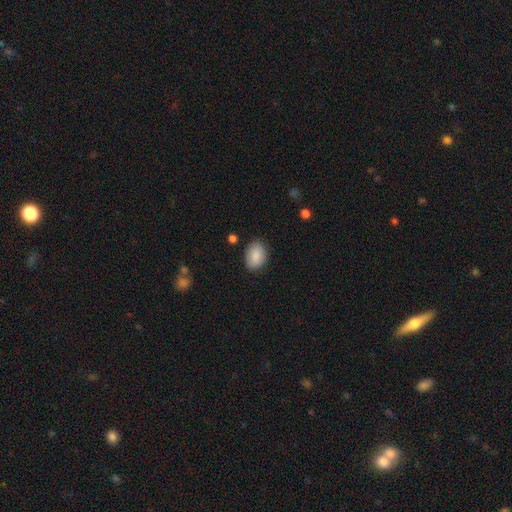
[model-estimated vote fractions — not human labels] Smooth or featured?
  - smooth: 88% *
  - star or artifact: 7%
  - featured or disk: 4%
How rounded?
  - in between: 77% *
  - round: 22%
  - cigar-shaped: 1%
Merging?
  - none: 82% *
  - minor disturbance: 13%
  - major disturbance: 3%
  - merger: 2%